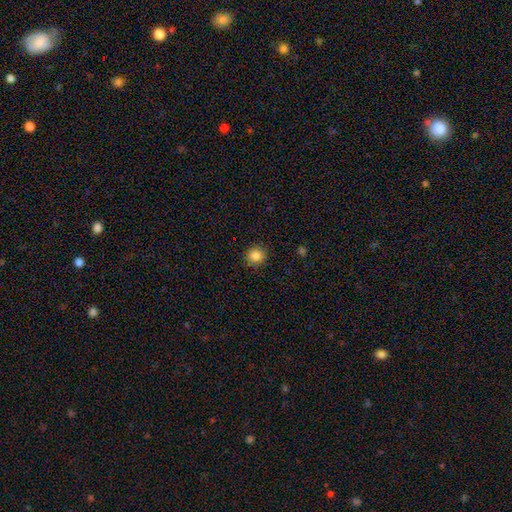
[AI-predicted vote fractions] Morphology: type=smooth (85%); roundness=round (92%); merging=none (90%).